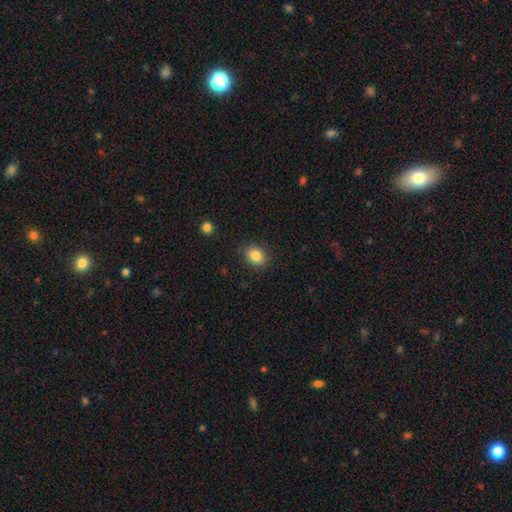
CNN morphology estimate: smooth 85%, star or artifact 9%, featured or disk 6%. Down the decision tree: how rounded — round (51%); merging — none (88%).